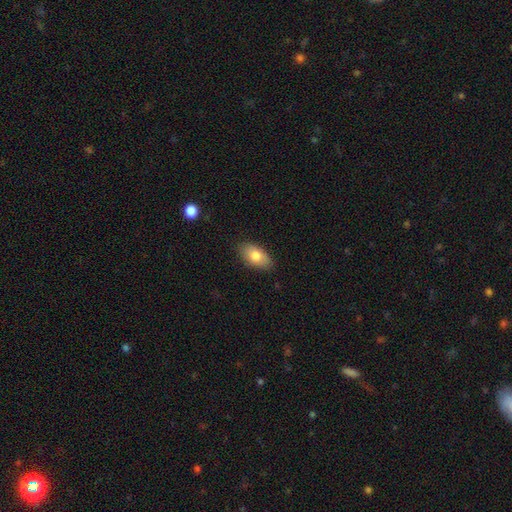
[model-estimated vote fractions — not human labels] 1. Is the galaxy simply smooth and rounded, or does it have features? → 79% smooth, 14% featured or disk, 7% star or artifact.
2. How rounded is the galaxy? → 93% in between, 5% round, 3% cigar-shaped.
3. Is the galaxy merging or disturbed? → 85% none, 12% minor disturbance, 2% major disturbance, 1% merger.